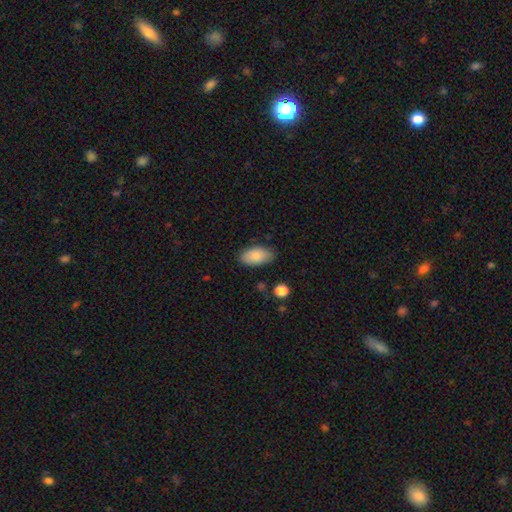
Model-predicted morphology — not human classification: smooth-or-featured: smooth: 84% | featured or disk: 9% | star or artifact: 7%
  how-rounded: in between: 94% | round: 4% | cigar-shaped: 2%
  merging: none: 78% | minor disturbance: 17% | major disturbance: 3% | merger: 2%